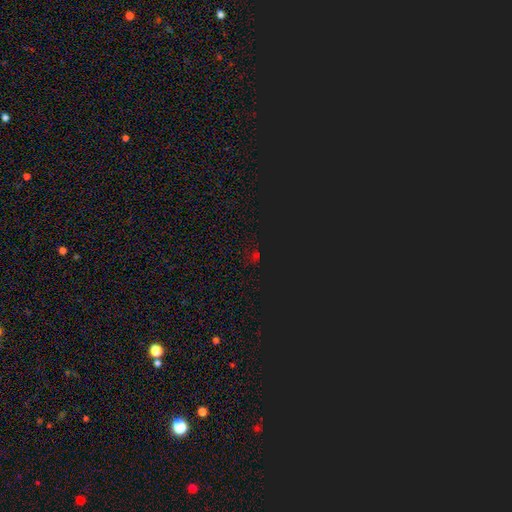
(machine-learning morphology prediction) Smooth or featured?
  - star or artifact: 72% *
  - smooth: 22%
  - featured or disk: 7%